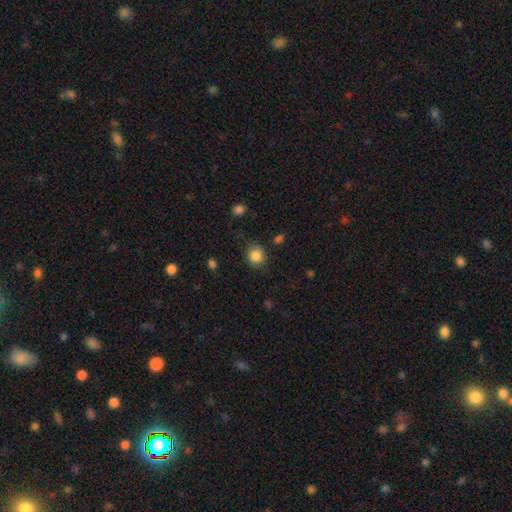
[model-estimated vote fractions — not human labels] Smooth or featured?
  - smooth: 85% *
  - star or artifact: 10%
  - featured or disk: 5%
How rounded?
  - round: 81% *
  - in between: 19%
  - cigar-shaped: 1%
Merging?
  - none: 82% *
  - minor disturbance: 13%
  - major disturbance: 4%
  - merger: 2%